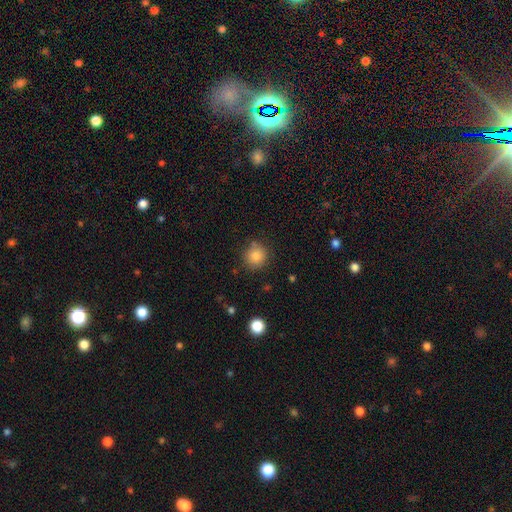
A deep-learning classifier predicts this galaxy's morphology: A smooth galaxy with no disk features (83%) that is round (91%).

Vote fractions:
- Smooth or featured? smooth: 83% / star or artifact: 11% / featured or disk: 6%
- How rounded? round: 91% / in between: 8% / cigar-shaped: 1%
- Merging? none: 82% / minor disturbance: 11% / merger: 4% / major disturbance: 3%